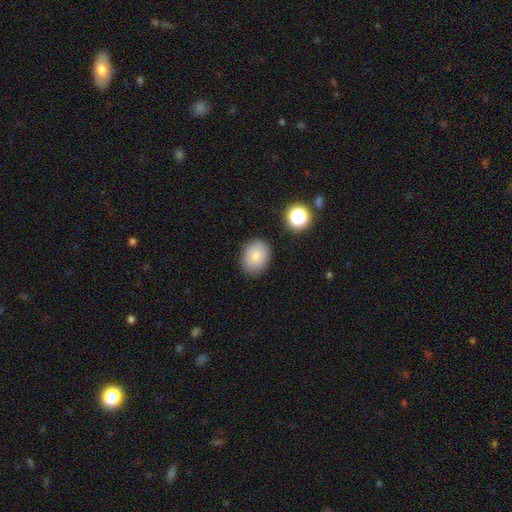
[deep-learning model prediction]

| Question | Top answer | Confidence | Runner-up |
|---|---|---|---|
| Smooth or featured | smooth | 81% | star or artifact (10%) |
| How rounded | in between | 55% | round (44%) |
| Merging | none | 83% | minor disturbance (12%) |